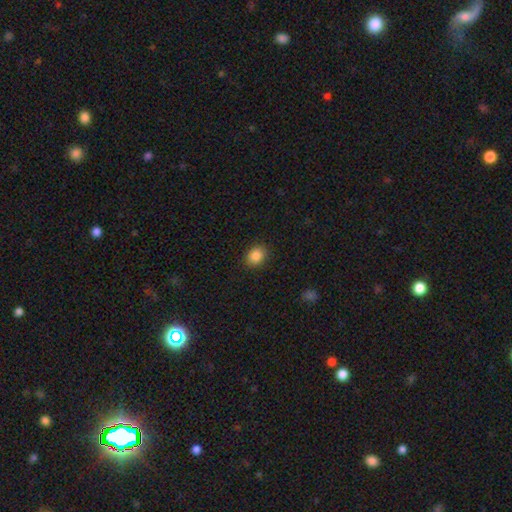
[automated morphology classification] smooth 86%, star or artifact 10%, featured or disk 4%. Down the decision tree: how rounded — round (50%); merging — none (89%).